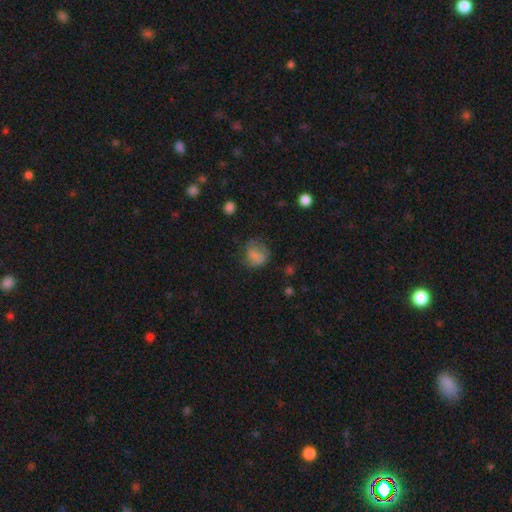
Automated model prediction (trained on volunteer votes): Smooth or featured? smooth (69%)
How rounded? round (68%)
Merging? none (50%)